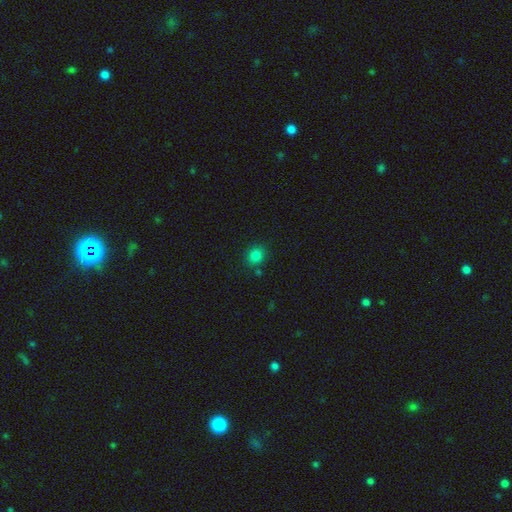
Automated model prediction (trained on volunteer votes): Q: Smooth or featured?
A: smooth (81%); runner-up: star or artifact (14%)
Q: How rounded?
A: round (74%); runner-up: in between (26%)
Q: Merging?
A: none (83%); runner-up: minor disturbance (10%)